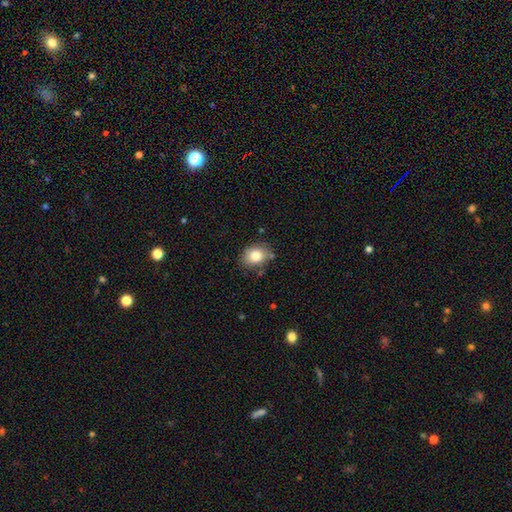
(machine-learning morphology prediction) A smooth galaxy with no disk features (82%) that is in between round and cigar-shaped (54%). Merging: none (79%).